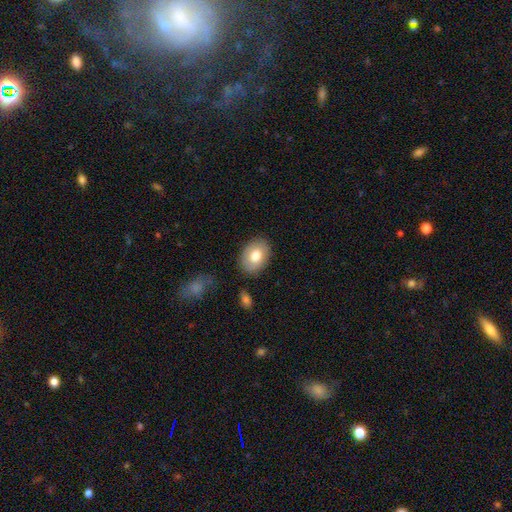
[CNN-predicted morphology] Q: Smooth or featured?
A: smooth (76%); runner-up: featured or disk (17%)
Q: How rounded?
A: in between (78%); runner-up: round (21%)
Q: Merging?
A: none (84%); runner-up: minor disturbance (11%)